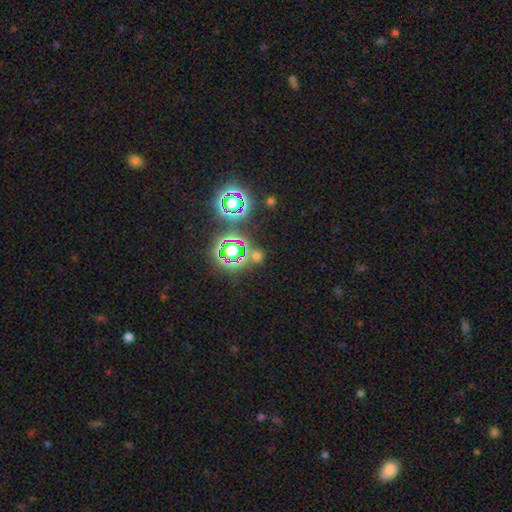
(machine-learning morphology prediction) smooth_or_featured: star or artifact (p=0.54) [alt: smooth p=0.38]